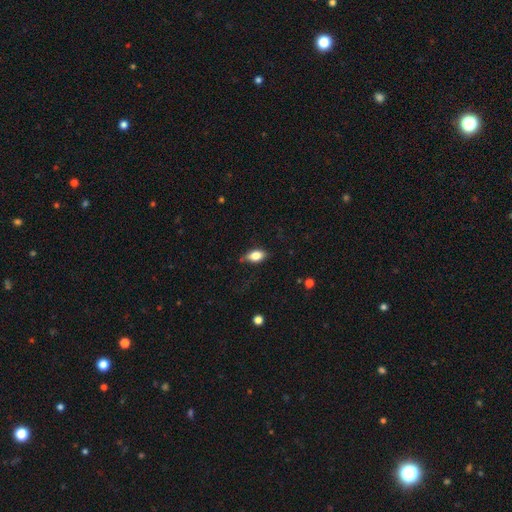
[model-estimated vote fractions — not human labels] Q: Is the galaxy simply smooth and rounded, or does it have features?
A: smooth — 78%.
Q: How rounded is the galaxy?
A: in between — 88%.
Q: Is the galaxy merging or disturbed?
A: none — 72%.